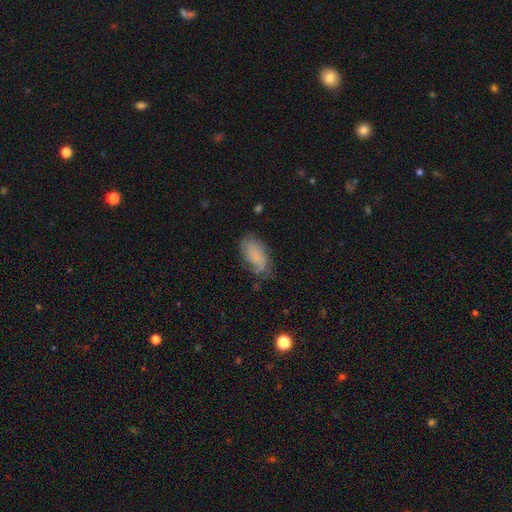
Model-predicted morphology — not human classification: Overall: smooth (56%; featured or disk 34%). How rounded: in between (92%). Merging: none (61%; minor disturbance 27%).